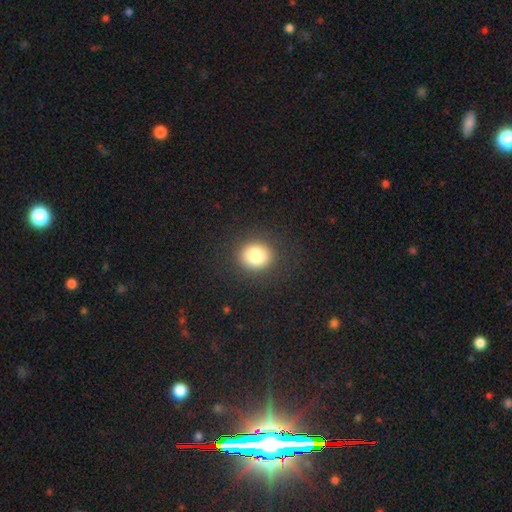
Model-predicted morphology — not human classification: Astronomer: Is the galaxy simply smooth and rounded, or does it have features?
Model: smooth — 82%.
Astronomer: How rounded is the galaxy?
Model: round — 81%.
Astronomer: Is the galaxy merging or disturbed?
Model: none — 90%.